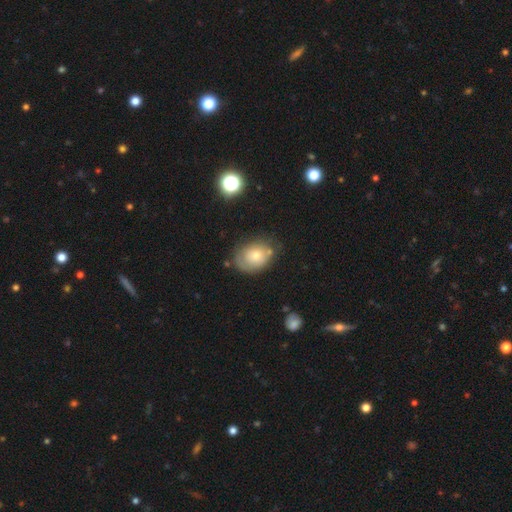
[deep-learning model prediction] Morphology: type=smooth (62%); roundness=in between (66%); merging=none (60%).